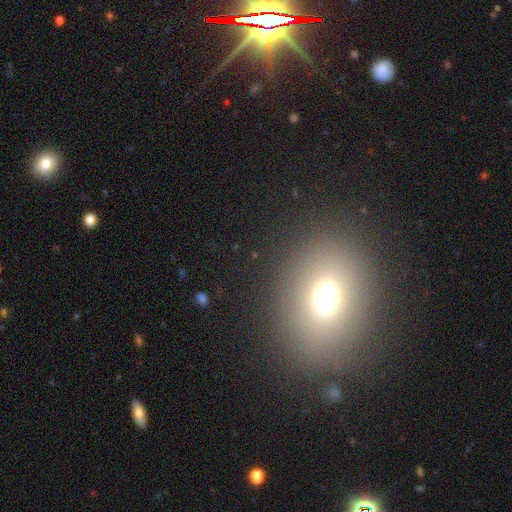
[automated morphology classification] Smooth or featured?
  - smooth: 56% *
  - star or artifact: 30%
  - featured or disk: 14%
How rounded?
  - in between: 56% *
  - round: 42%
  - cigar-shaped: 2%
Merging?
  - none: 88% *
  - minor disturbance: 7%
  - major disturbance: 4%
  - merger: 2%